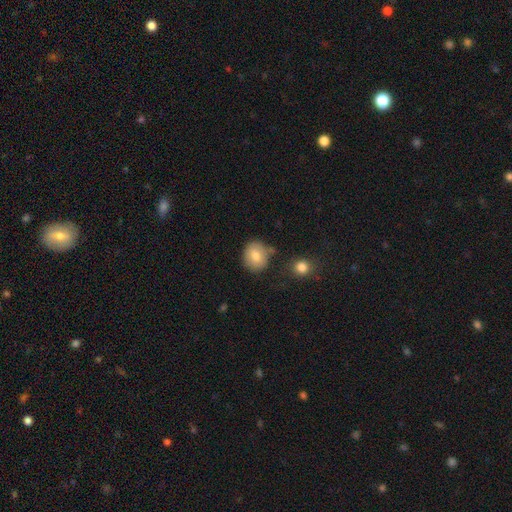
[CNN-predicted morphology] Smooth or featured?
  - smooth: 79% *
  - featured or disk: 12%
  - star or artifact: 8%
How rounded?
  - round: 76% *
  - in between: 23%
  - cigar-shaped: 1%
Merging?
  - none: 71% *
  - minor disturbance: 17%
  - merger: 8%
  - major disturbance: 4%